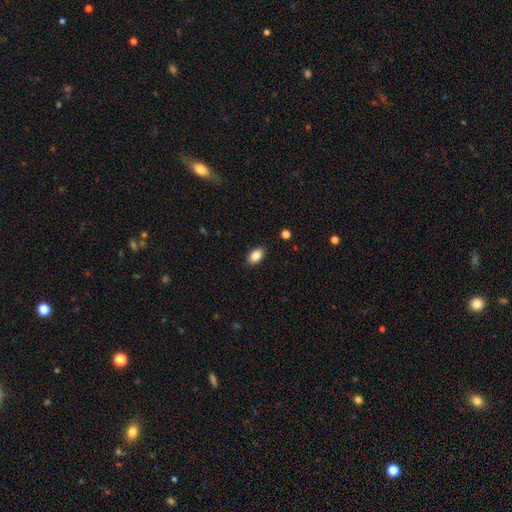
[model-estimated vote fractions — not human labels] This appears to be a smooth galaxy with no disk features (86%) that is in between round and cigar-shaped (89%). Merging: none (88%).